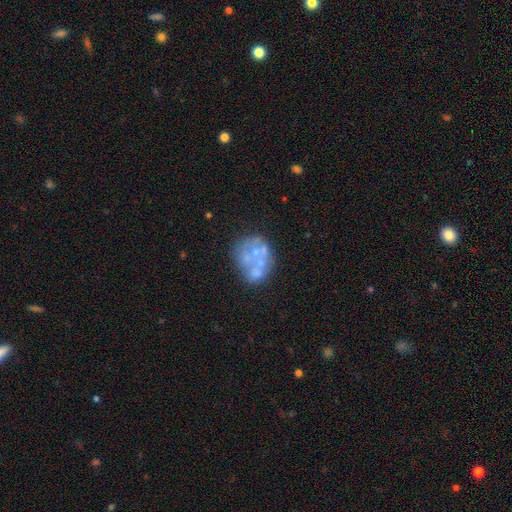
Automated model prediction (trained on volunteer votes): smooth_or_featured: featured or disk (p=0.61) [alt: smooth p=0.27]
disk_edge_on: no (p=0.99) [alt: yes p=0.01]
bar: no (p=0.95) [alt: weak p=0.04]
has_spiral_arms: no (p=0.95) [alt: yes p=0.05]
bulge_size: none (p=0.59) [alt: small p=0.22]
merging: none (p=0.45) [alt: merger p=0.22]